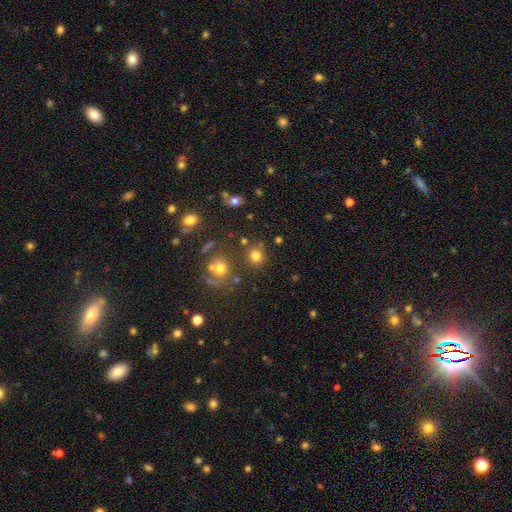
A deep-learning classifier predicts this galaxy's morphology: Q: Smooth or featured?
A: smooth (75%); runner-up: star or artifact (17%)
Q: How rounded?
A: round (85%); runner-up: in between (13%)
Q: Merging?
A: none (75%); runner-up: merger (10%)